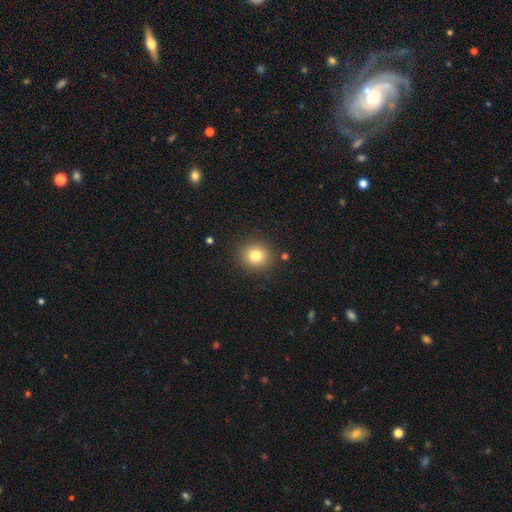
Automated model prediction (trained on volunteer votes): Smooth or featured? smooth (80%)
How rounded? round (87%)
Merging? none (89%)